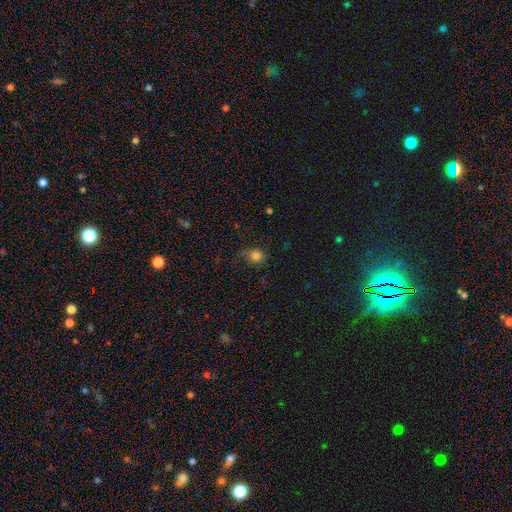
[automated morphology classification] smooth-or-featured: smooth: 79% | star or artifact: 14% | featured or disk: 7%
  how-rounded: round: 83% | in between: 16% | cigar-shaped: 1%
  merging: none: 74% | minor disturbance: 18% | major disturbance: 7% | merger: 2%